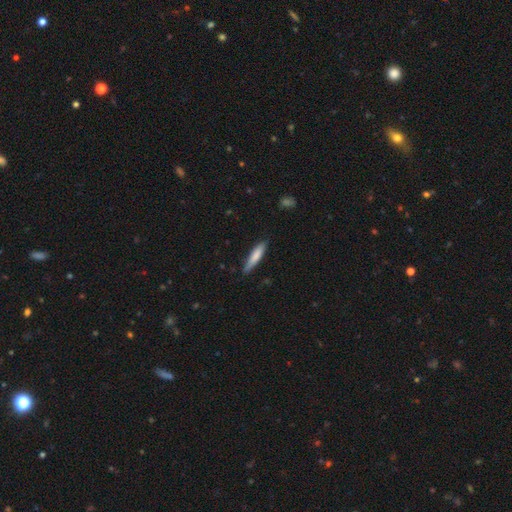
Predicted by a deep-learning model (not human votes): The model was most divided on "smooth or featured": smooth: 77%, featured or disk: 18%, star or artifact: 5%. More confident: how rounded — cigar-shaped (84%); merging — none (78%).